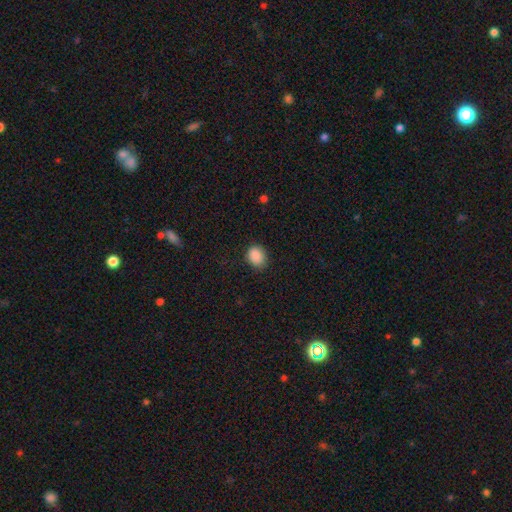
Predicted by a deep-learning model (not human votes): Morphology: type=smooth (89%); roundness=in between (51%); merging=none (82%).